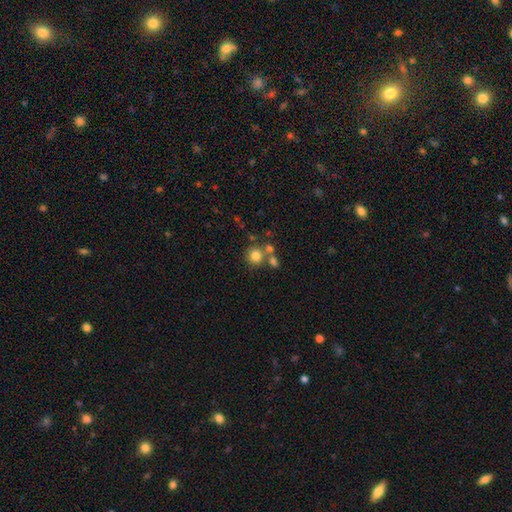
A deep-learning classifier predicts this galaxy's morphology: Q: Smooth or featured?
A: smooth (78%); runner-up: star or artifact (12%)
Q: How rounded?
A: round (89%); runner-up: in between (10%)
Q: Merging?
A: none (61%); runner-up: merger (25%)